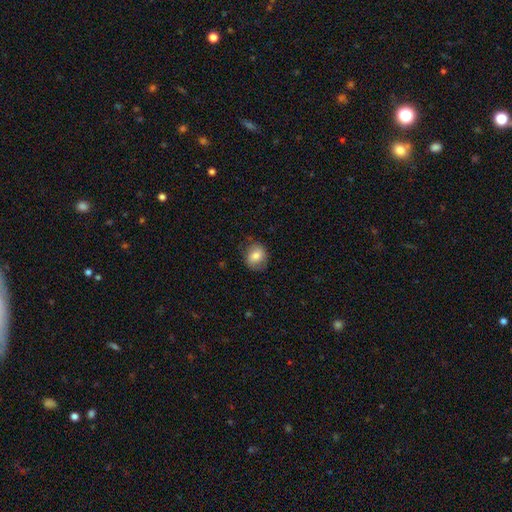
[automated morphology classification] Smooth or featured? smooth (74%)
How rounded? round (66%)
Merging? none (77%)